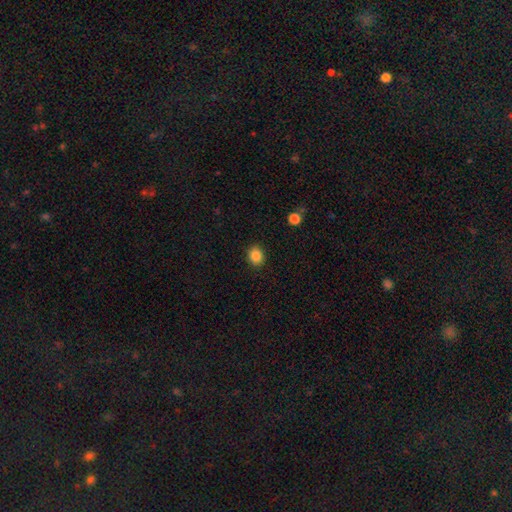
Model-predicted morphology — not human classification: A smooth galaxy with no disk features (86%) that is round (65%). Merging: none (90%).